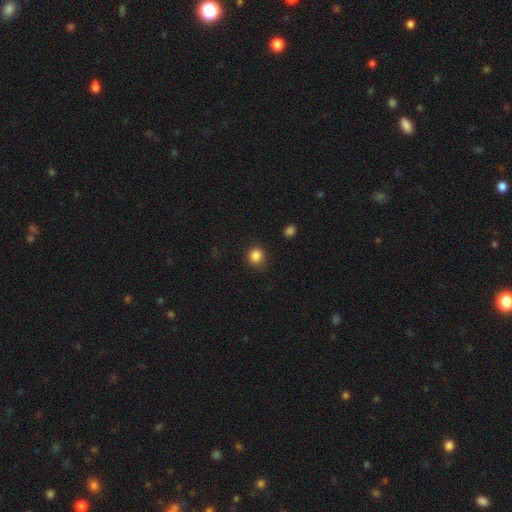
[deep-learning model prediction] Smooth or featured? Predicted: smooth (p=0.85). How rounded? Predicted: round (p=0.87). Merging? Predicted: none (p=0.82).